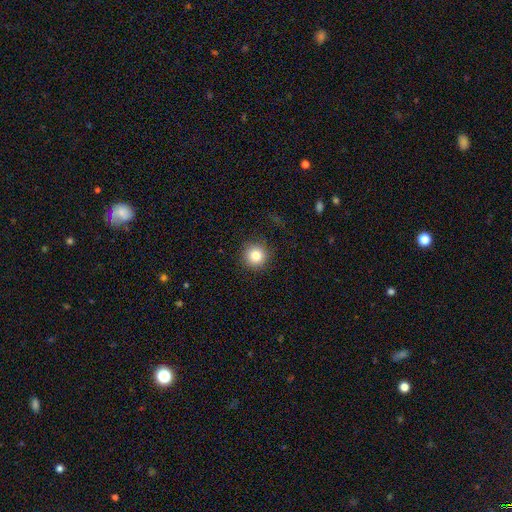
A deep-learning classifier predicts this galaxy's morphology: A smooth galaxy with no disk features (84%) that is round (95%). Merging: none (89%).